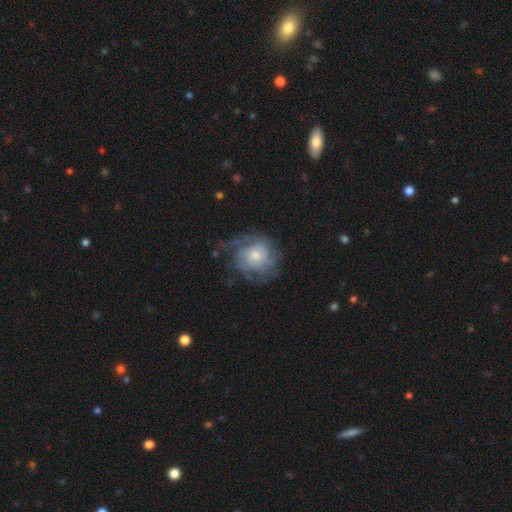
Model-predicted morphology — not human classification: This appears to be a featured or disk galaxy (58%) with no bar (80%), spiral arms (69%) and a moderate central bulge (54%). Merging: none (49%).